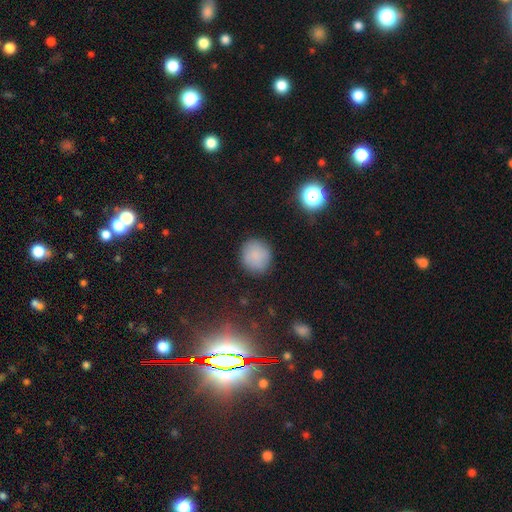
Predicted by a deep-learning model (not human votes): A smooth galaxy with no disk features (83%) that is round (89%).

Vote fractions:
- Smooth or featured? smooth: 83% / star or artifact: 10% / featured or disk: 8%
- How rounded? round: 89% / in between: 10% / cigar-shaped: 1%
- Merging? none: 85% / minor disturbance: 11% / major disturbance: 3% / merger: 1%